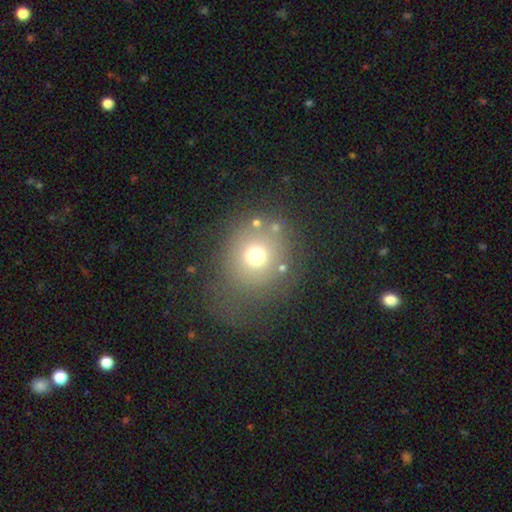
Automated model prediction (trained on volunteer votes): This is likely a smooth galaxy (68%). How rounded: clearly round (84%). Merging: likely none (72%).